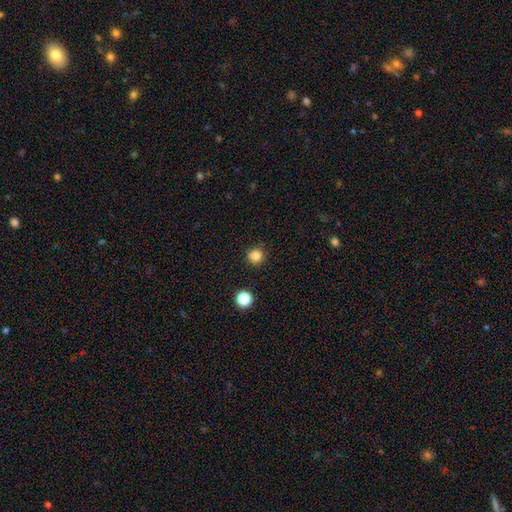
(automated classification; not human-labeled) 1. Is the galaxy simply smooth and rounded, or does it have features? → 83% smooth, 13% star or artifact, 4% featured or disk.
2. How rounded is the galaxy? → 95% round, 4% in between, 1% cigar-shaped.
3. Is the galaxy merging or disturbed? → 90% none, 6% minor disturbance, 2% major disturbance, 2% merger.